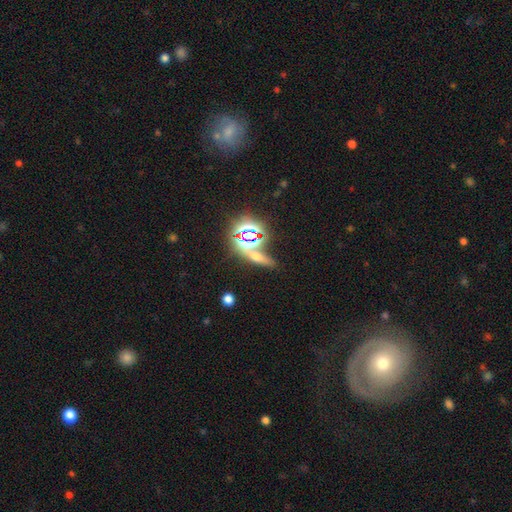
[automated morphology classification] type=star or artifact (45%).